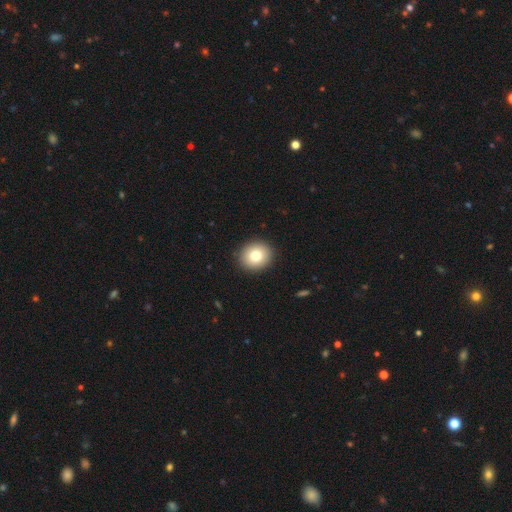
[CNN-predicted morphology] Smooth or featured? smooth (78%)
How rounded? round (80%)
Merging? none (91%)